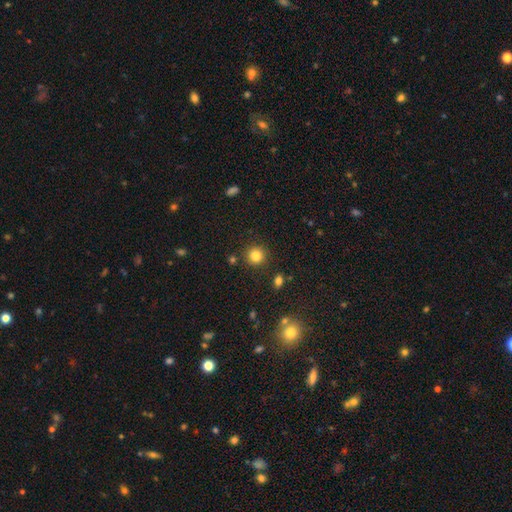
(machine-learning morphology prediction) A smooth galaxy with no disk features (83%) that is round (91%). Merging: none (87%).